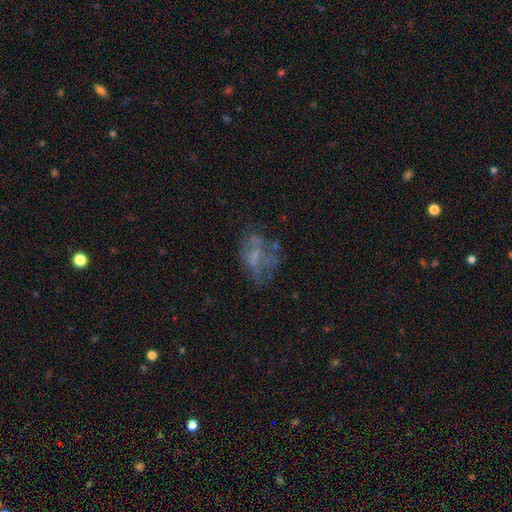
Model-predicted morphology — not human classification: This appears to be a featured or disk galaxy (51%). Merging: none (45%).